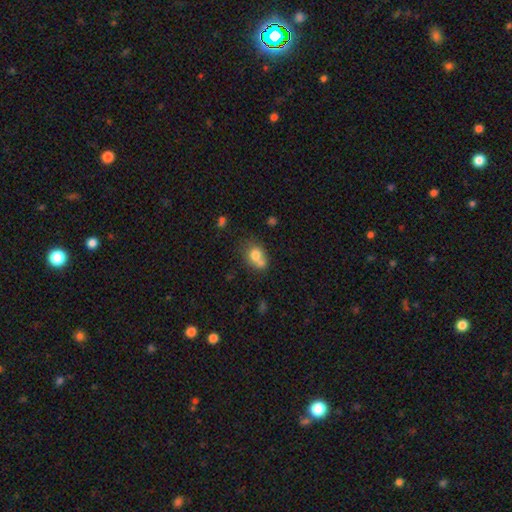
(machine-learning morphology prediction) A smooth galaxy with no disk features (74%) that is round (53%). Merging: merger (48%).